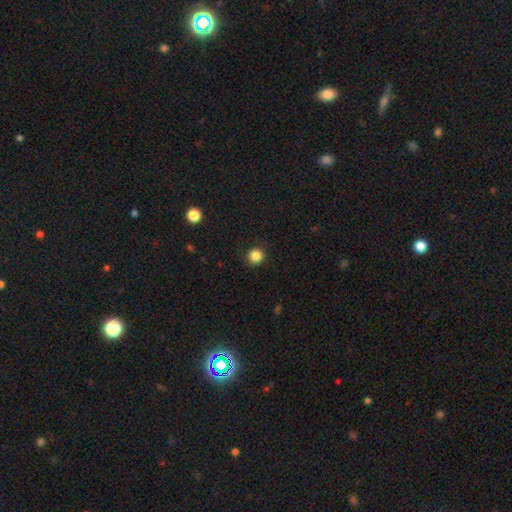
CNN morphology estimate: A smooth galaxy with no disk features (85%) that is round (93%).

Vote fractions:
- Smooth or featured? smooth: 85% / star or artifact: 12% / featured or disk: 3%
- How rounded? round: 93% / in between: 6% / cigar-shaped: 1%
- Merging? none: 90% / minor disturbance: 6% / major disturbance: 2% / merger: 1%